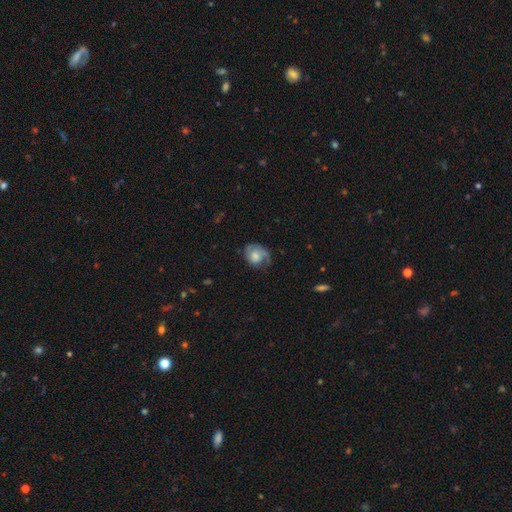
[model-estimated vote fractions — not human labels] Smooth or featured? featured or disk (51%)
Edge-on disk? no (97%)
Merging? none (47%)